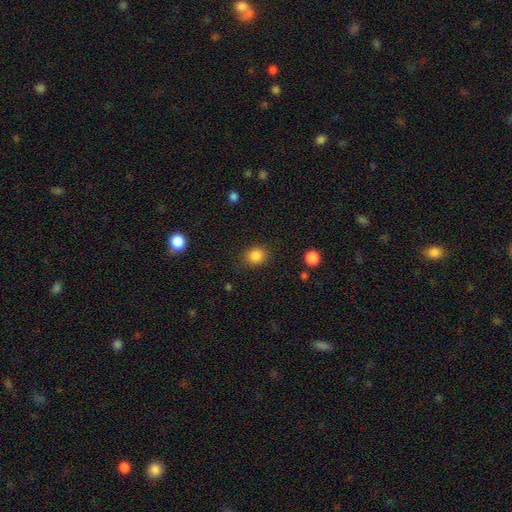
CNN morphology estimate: A smooth galaxy with no disk features (85%) that is round (68%). Merging: none (84%).